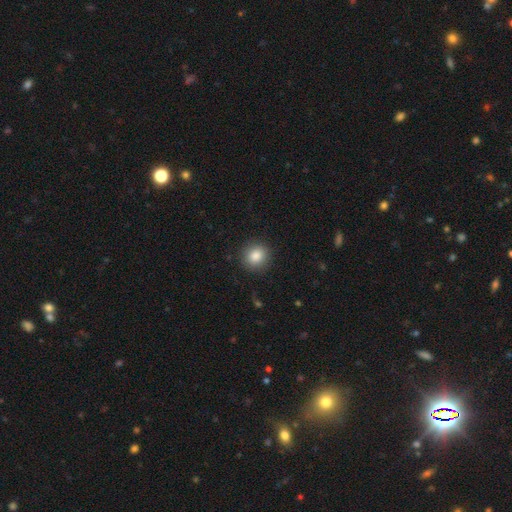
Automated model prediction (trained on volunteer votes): Overall: smooth (86%). How rounded: round (83%). Merging: none (90%).